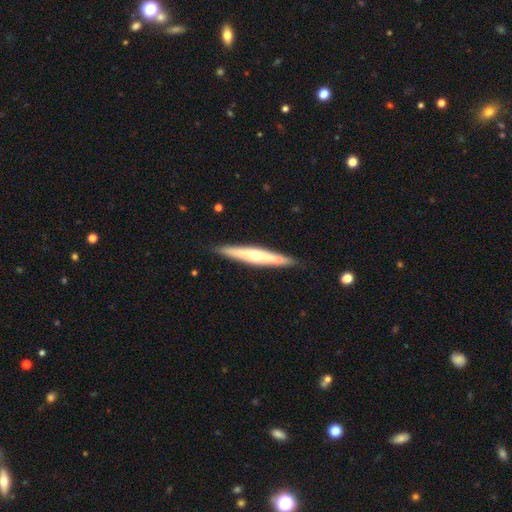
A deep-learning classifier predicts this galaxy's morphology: Q: Smooth or featured?
A: featured or disk (61%); runner-up: smooth (34%)
Q: Edge-on disk?
A: yes (91%); runner-up: no (9%)
Q: Edge-on bulge?
A: rounded (79%); runner-up: none (15%)
Q: Merging?
A: none (84%); runner-up: minor disturbance (11%)